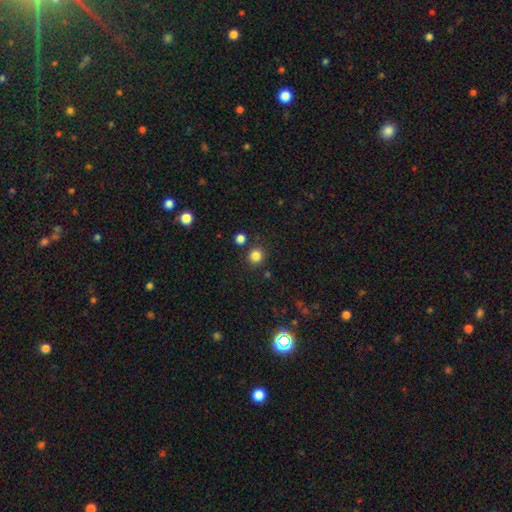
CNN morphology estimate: This appears to be a smooth galaxy with no disk features (83%) that is round (92%). Merging: none (85%).